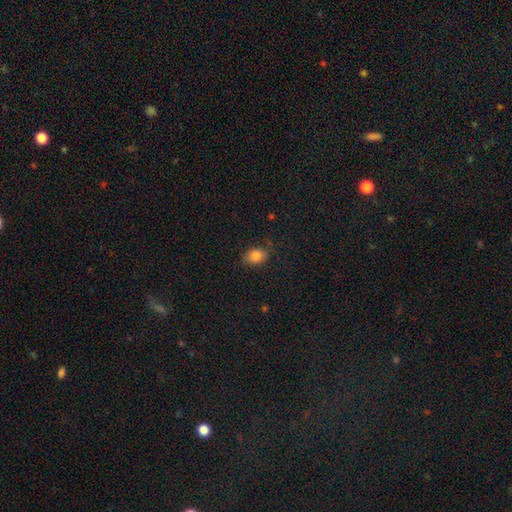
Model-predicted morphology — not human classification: smooth 84%, star or artifact 10%, featured or disk 6%. Down the decision tree: how rounded — in between (67%); merging — none (82%).